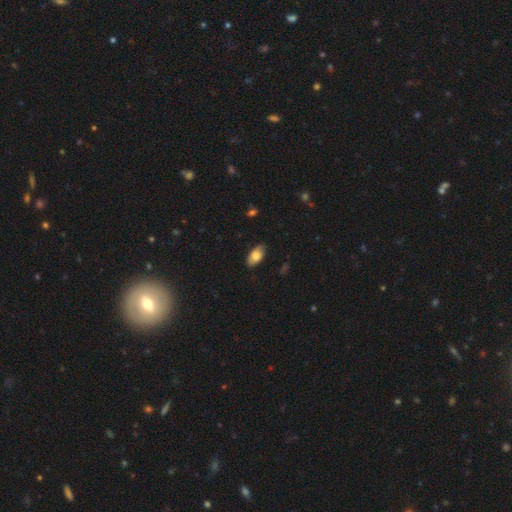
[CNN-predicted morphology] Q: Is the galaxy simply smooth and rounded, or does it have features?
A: smooth — 80%.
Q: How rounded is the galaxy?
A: in between — 94%.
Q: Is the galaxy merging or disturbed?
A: none — 84%.